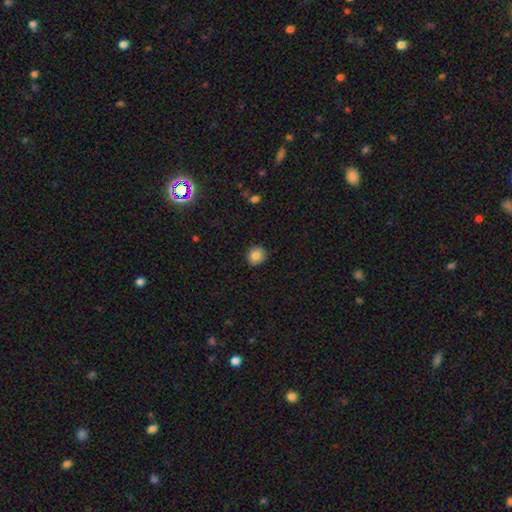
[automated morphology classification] Smooth or featured? Predicted: smooth (p=0.82). How rounded? Predicted: round (p=0.84). Merging? Predicted: none (p=0.86).